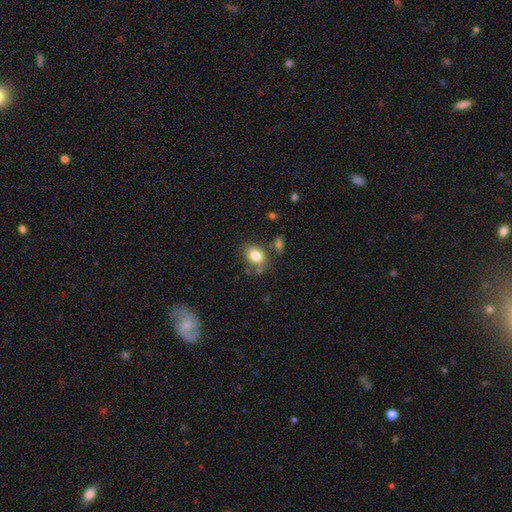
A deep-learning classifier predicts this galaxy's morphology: Smooth or featured? Predicted: smooth (p=0.82). How rounded? Predicted: in between (p=0.62). Merging? Predicted: none (p=0.69).